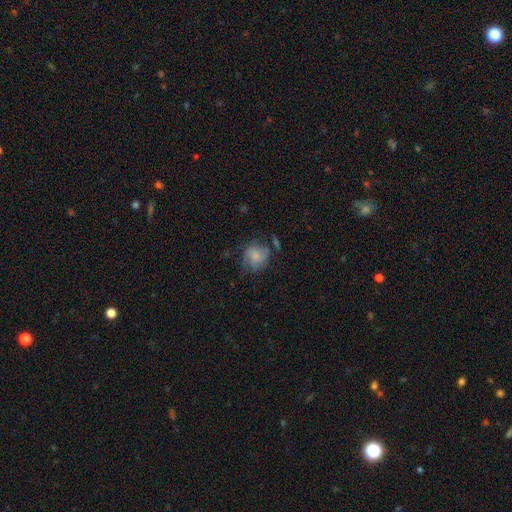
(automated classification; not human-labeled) This is likely a smooth galaxy (62%). How rounded: likely round (72%). Merging: possibly none (53%).